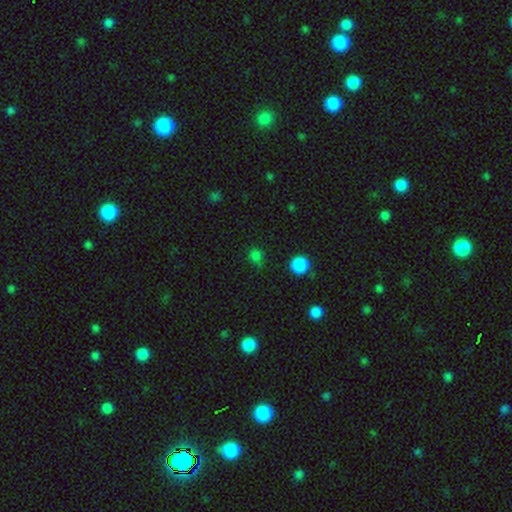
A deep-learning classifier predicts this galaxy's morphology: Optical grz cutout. It shows a smooth galaxy with no disk features (75%) that is round (85%). Merging: none (77%).